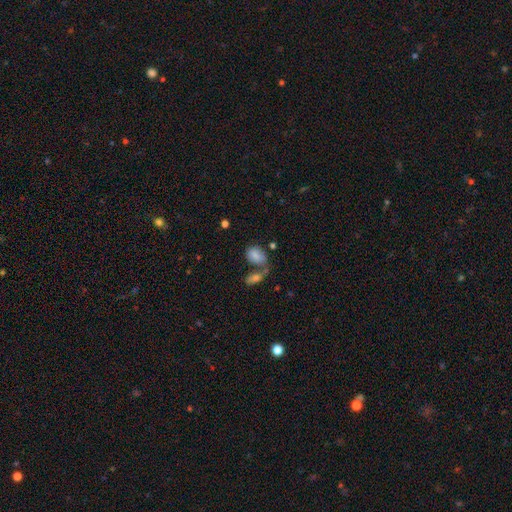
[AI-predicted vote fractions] Morphology: type=smooth (78%); roundness=in between (82%); merging=none (39%).